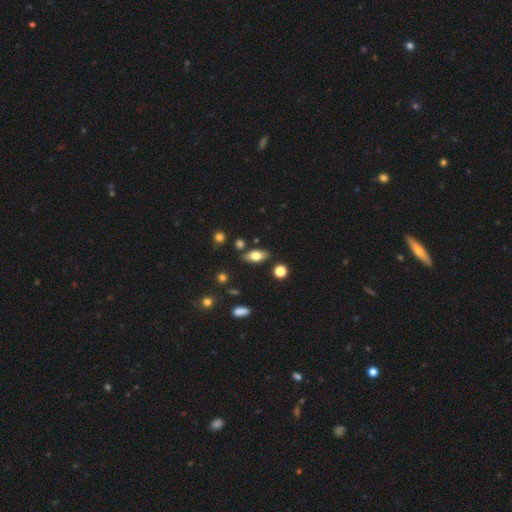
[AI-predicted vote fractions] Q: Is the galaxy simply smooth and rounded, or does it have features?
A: smooth — 69%.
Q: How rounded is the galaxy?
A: in between — 84%.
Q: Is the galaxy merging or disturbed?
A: none — 82%.